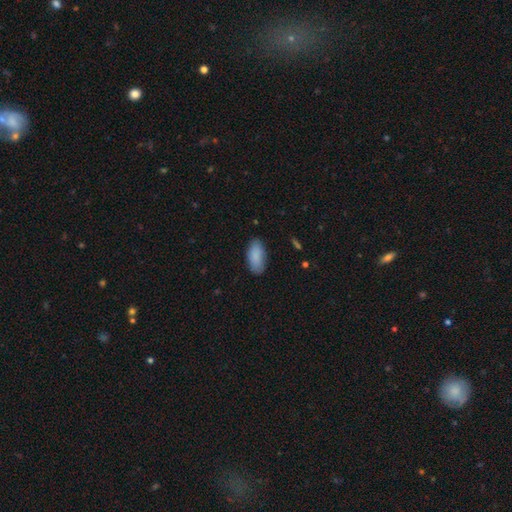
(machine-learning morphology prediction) Smooth or featured? smooth (89%)
How rounded? in between (91%)
Merging? none (83%)